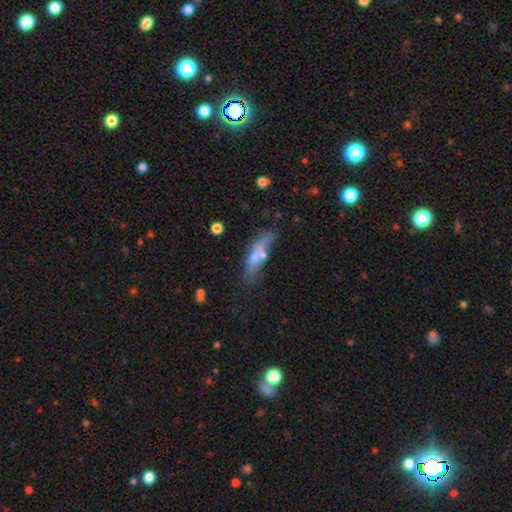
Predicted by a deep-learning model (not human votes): smooth-or-featured: smooth: 54% | featured or disk: 36% | star or artifact: 10%
  how-rounded: cigar-shaped: 66% | in between: 30% | round: 4%
  merging: none: 44% | minor disturbance: 22% | merger: 19% | major disturbance: 14%